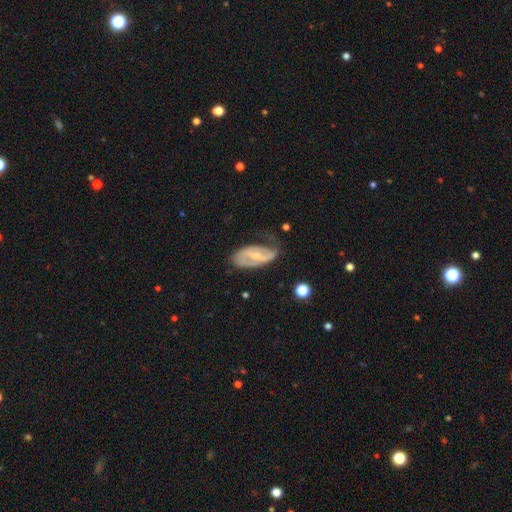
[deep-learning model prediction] This is likely a featured or disk galaxy (70%). It is clearly not viewed edge-on (91%). Bar: marginally weak (39%). Spiral arm pattern: likely yes (75%). Central bulge: possibly small (52%). Merging: possibly none (54%).